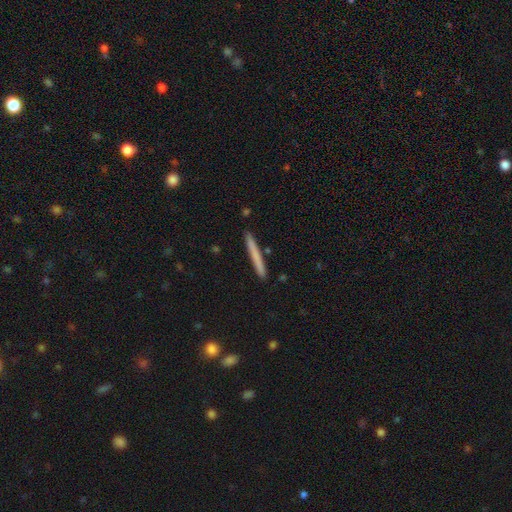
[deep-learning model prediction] Smooth or featured: smooth — 69% (featured or disk — 25%)
How rounded: cigar-shaped — 97% (in between — 2%)
Merging: none — 90% (minor disturbance — 7%)